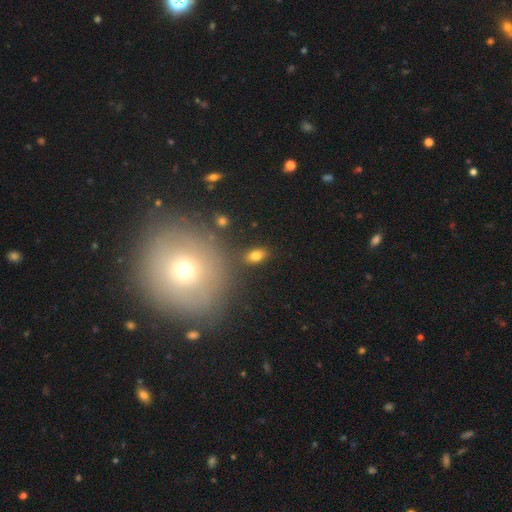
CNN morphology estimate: Overall: smooth (79%). How rounded: in between (87%). Merging: none (82%).